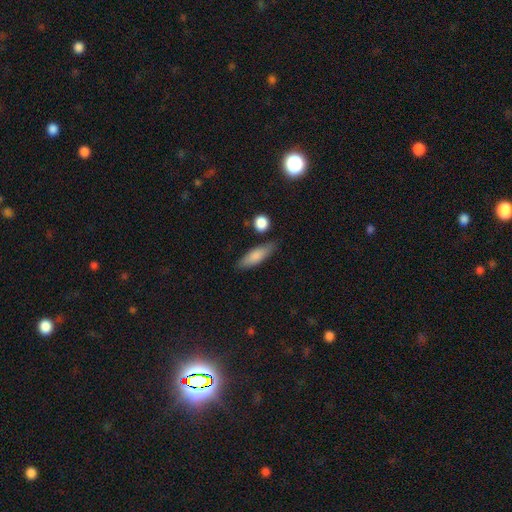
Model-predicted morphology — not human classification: A smooth galaxy with no disk features (77%) that is in between round and cigar-shaped (53%). Merging: none (77%).